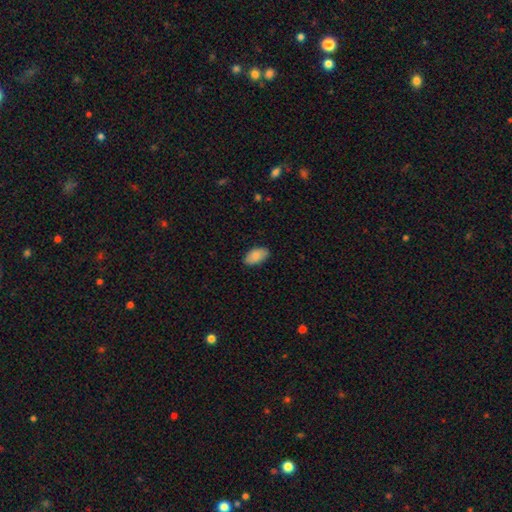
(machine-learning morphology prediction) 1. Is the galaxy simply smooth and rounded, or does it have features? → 87% smooth, 7% featured or disk, 6% star or artifact.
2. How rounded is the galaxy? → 95% in between, 3% round, 2% cigar-shaped.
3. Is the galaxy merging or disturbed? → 84% none, 12% minor disturbance, 2% major disturbance, 1% merger.